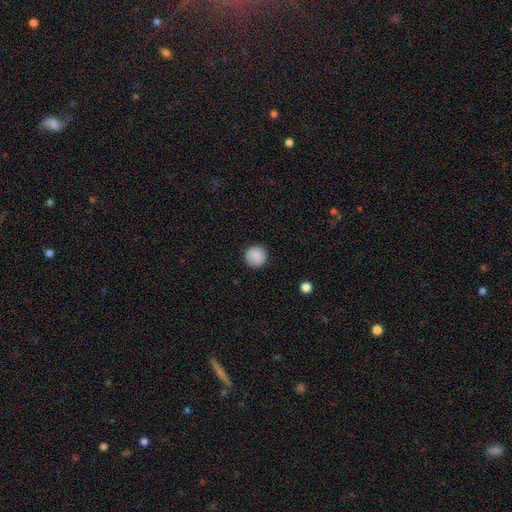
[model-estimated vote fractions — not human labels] A smooth galaxy with no disk features (88%) that is round (96%).

Vote fractions:
- Smooth or featured? smooth: 88% / star or artifact: 8% / featured or disk: 4%
- How rounded? round: 96% / in between: 3% / cigar-shaped: 1%
- Merging? none: 92% / minor disturbance: 5% / major disturbance: 2% / merger: 1%